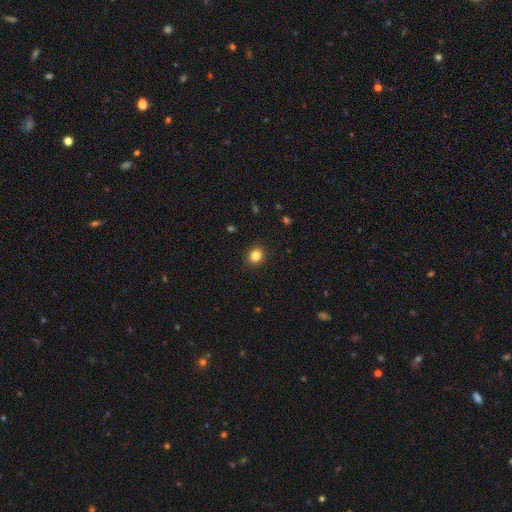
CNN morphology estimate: Q: Smooth or featured?
A: smooth (84%); runner-up: star or artifact (11%)
Q: How rounded?
A: round (80%); runner-up: in between (19%)
Q: Merging?
A: none (91%); runner-up: minor disturbance (6%)